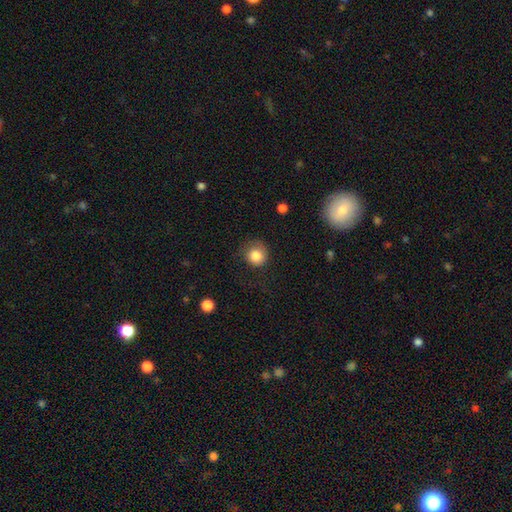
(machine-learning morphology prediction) This is clearly a smooth galaxy (84%). How rounded: clearly round (88%). Merging: likely none (63%).